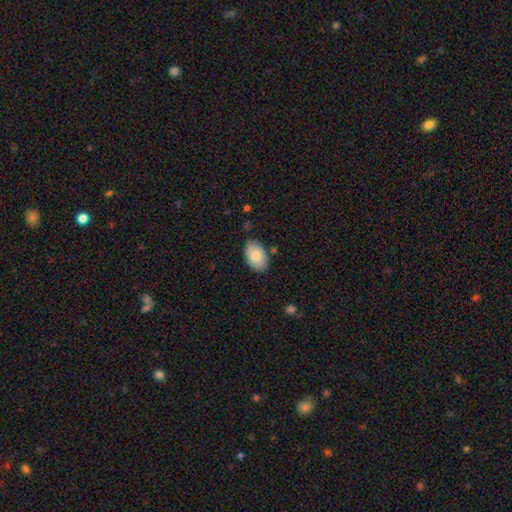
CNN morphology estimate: Smooth or featured? Predicted: smooth (p=0.83). How rounded? Predicted: in between (p=0.90). Merging? Predicted: none (p=0.79).